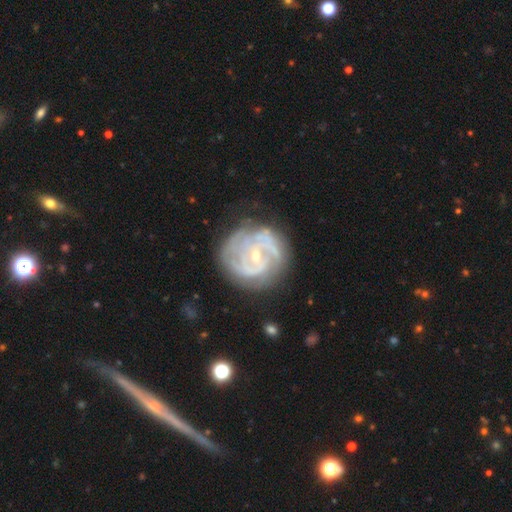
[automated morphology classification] Smooth or featured? featured or disk (85%)
Edge-on disk? no (98%)
Bar? no (54%)
Spiral arms? yes (93%)
Spiral winding? tight (60%)
Spiral arm count? 2 (37%)
Bulge size? small (71%)
Merging? none (71%)